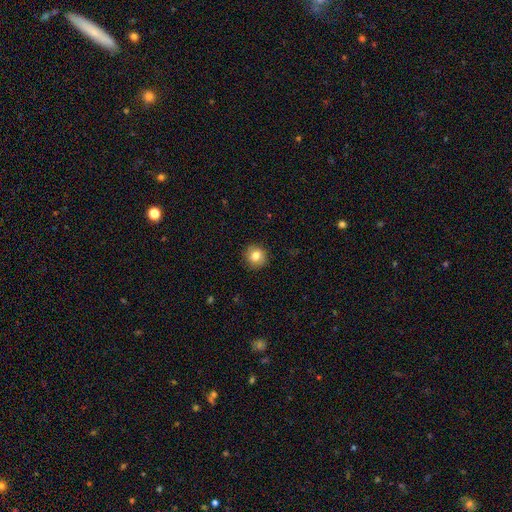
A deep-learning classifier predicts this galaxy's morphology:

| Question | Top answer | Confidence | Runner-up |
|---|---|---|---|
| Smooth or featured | smooth | 80% | featured or disk (10%) |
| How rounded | round | 91% | in between (8%) |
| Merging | none | 89% | minor disturbance (8%) |